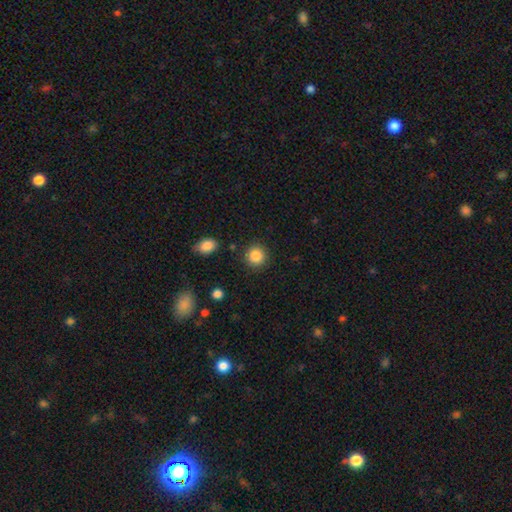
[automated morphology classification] Smooth or featured? Predicted: smooth (p=0.86). How rounded? Predicted: round (p=0.91). Merging? Predicted: none (p=0.89).